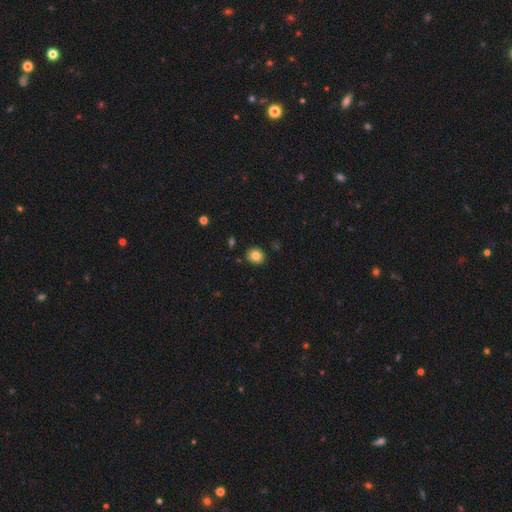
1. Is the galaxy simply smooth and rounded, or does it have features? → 82% smooth, 10% featured or disk, 8% star or artifact.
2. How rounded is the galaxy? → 72% round, 28% in between, 0% cigar-shaped.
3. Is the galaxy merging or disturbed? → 97% none, 3% major disturbance, 0% minor disturbance, 0% merger.